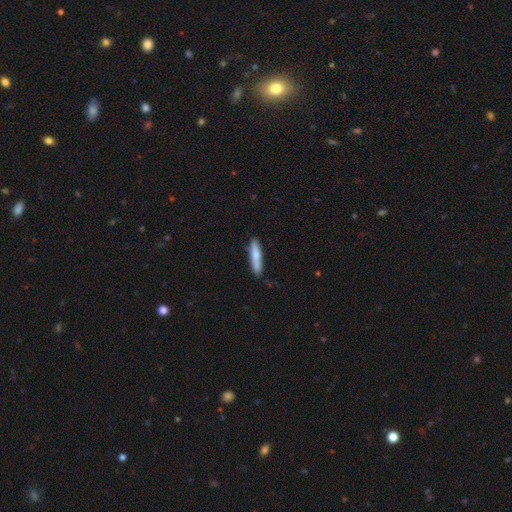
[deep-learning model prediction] smooth 74%, featured or disk 20%, star or artifact 5%. Down the decision tree: how rounded — cigar-shaped (87%); merging — none (84%).